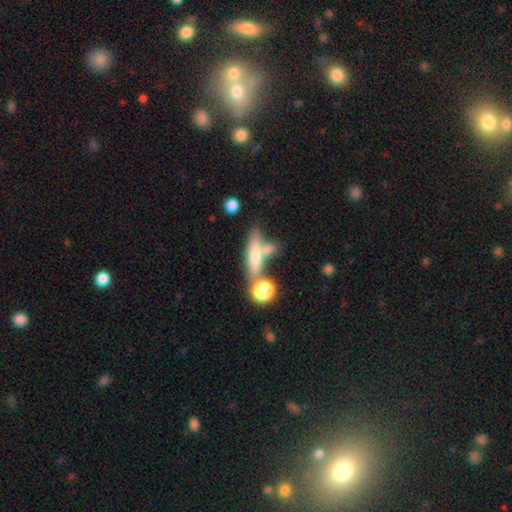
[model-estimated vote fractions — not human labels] Overall: smooth (54%; featured or disk 35%). How rounded: cigar-shaped (67%). Merging: none (48%; merger 27%).